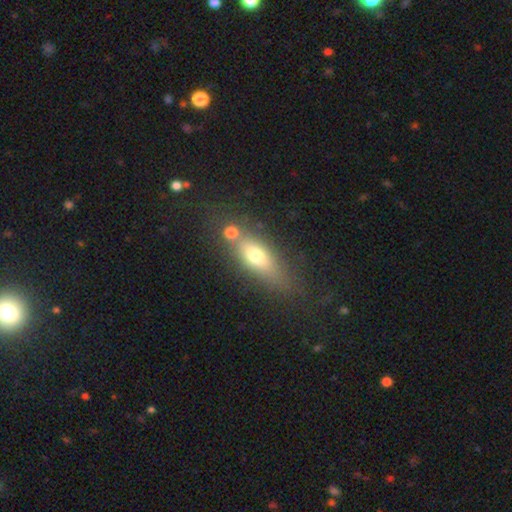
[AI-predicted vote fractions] Smooth or featured? Predicted: smooth (p=0.64). How rounded? Predicted: in between (p=0.64). Merging? Predicted: none (p=0.58).